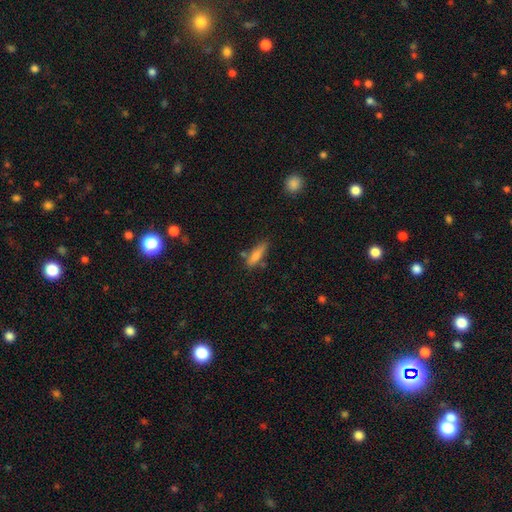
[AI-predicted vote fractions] A smooth galaxy with no disk features (78%) that is cigar-shaped (61%). Merging: none (65%).